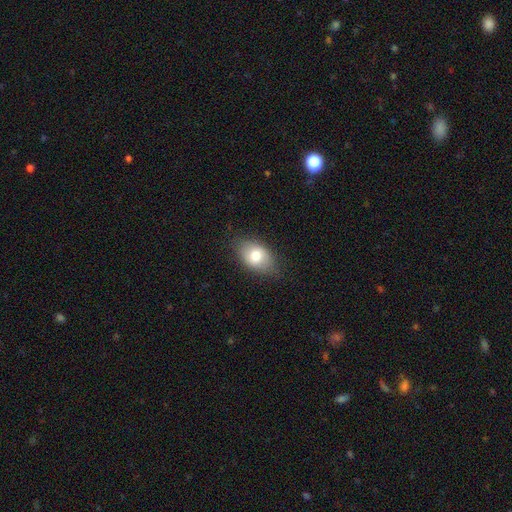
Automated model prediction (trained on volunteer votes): This appears to be a smooth galaxy with no disk features (76%) that is in between round and cigar-shaped (86%). Merging: none (79%).